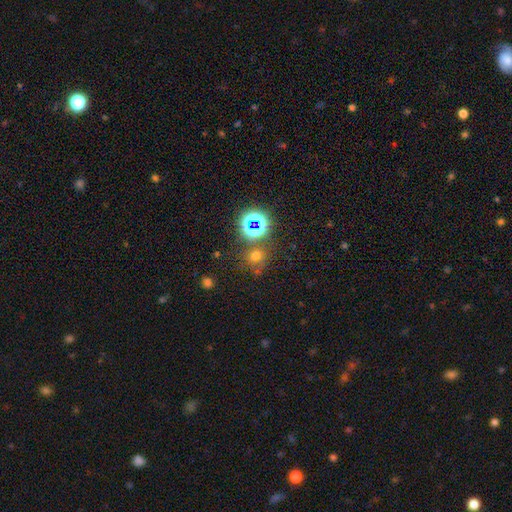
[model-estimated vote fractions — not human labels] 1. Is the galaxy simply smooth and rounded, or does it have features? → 57% smooth, 34% star or artifact, 9% featured or disk.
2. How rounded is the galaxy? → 83% round, 16% in between, 1% cigar-shaped.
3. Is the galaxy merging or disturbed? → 70% none, 13% minor disturbance, 12% merger, 6% major disturbance.